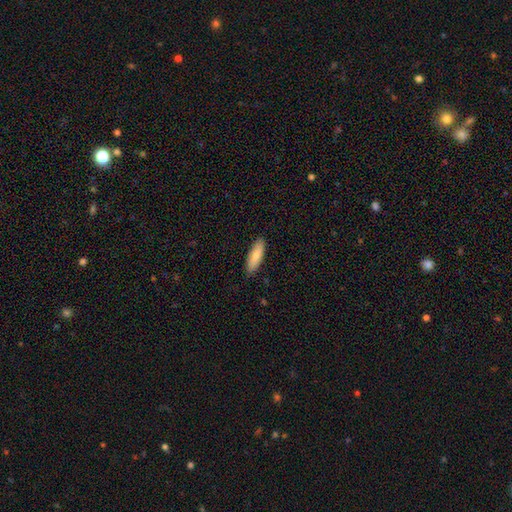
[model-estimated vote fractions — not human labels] This is clearly a smooth galaxy (82%). How rounded: possibly in between (50%). Merging: clearly none (88%).